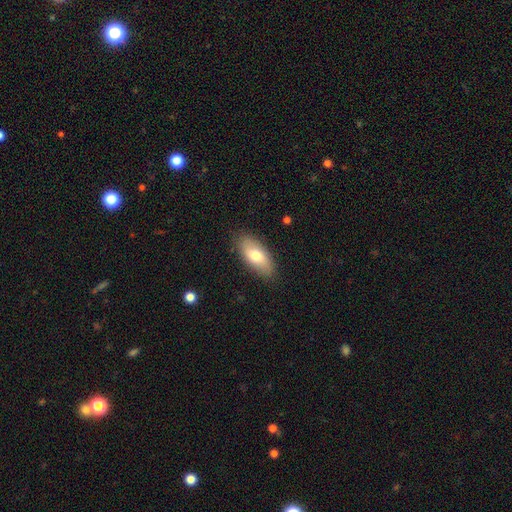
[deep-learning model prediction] Smooth or featured?
  - smooth: 72% *
  - featured or disk: 21%
  - star or artifact: 6%
How rounded?
  - in between: 87% *
  - cigar-shaped: 10%
  - round: 3%
Merging?
  - none: 85% *
  - minor disturbance: 11%
  - major disturbance: 2%
  - merger: 1%